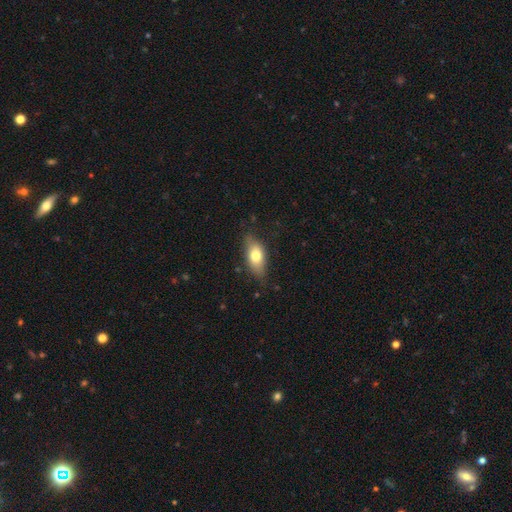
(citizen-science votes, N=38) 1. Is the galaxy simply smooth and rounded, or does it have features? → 79% smooth, 13% featured or disk, 8% star or artifact.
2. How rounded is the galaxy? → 70% in between, 23% cigar-shaped, 7% round.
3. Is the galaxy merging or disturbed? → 77% none, 14% minor disturbance, 6% major disturbance, 3% merger.